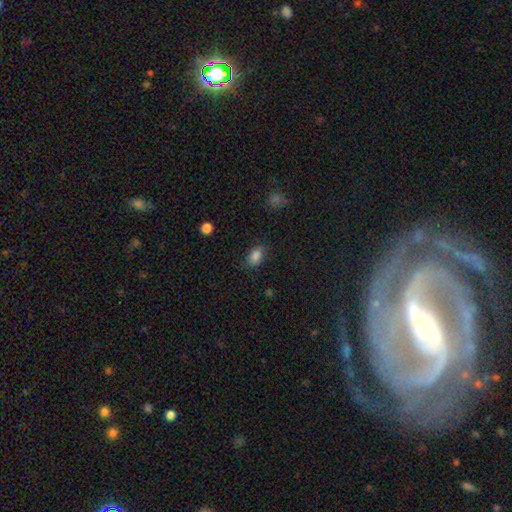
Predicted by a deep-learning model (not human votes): Smooth or featured? smooth (85%)
How rounded? in between (85%)
Merging? none (80%)